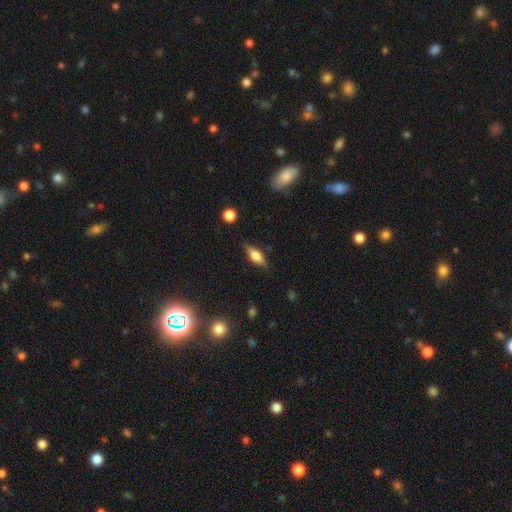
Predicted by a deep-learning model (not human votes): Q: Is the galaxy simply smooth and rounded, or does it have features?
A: smooth — 51%.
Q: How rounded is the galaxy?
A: in between — 60%.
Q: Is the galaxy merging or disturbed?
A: none — 81%.